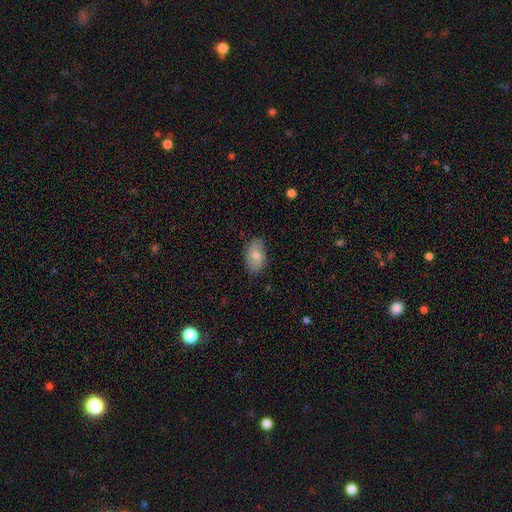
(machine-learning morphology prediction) Smooth or featured? smooth (68%)
How rounded? in between (92%)
Merging? none (80%)